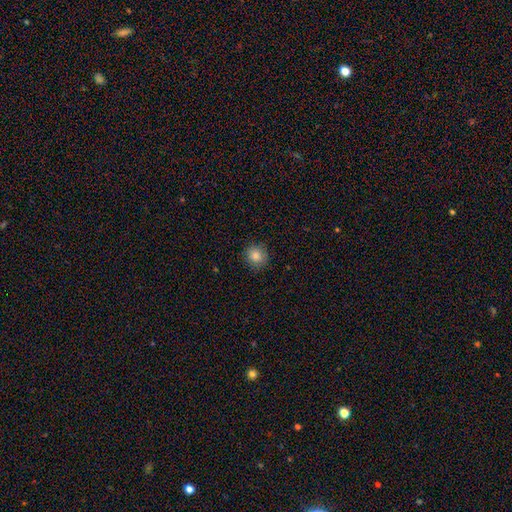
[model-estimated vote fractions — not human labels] This appears to be a smooth galaxy with no disk features (84%) that is round (84%). Merging: none (86%).